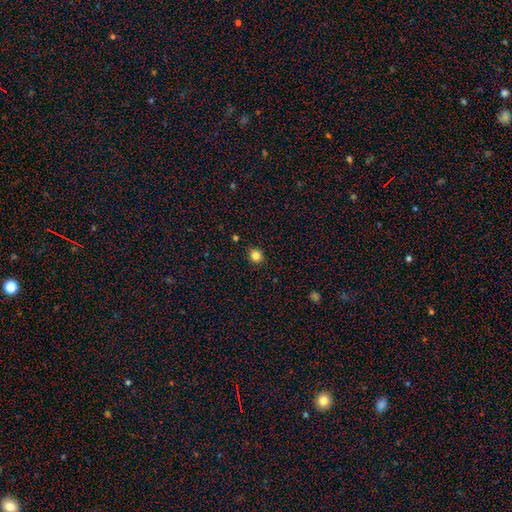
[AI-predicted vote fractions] Morphology: type=smooth (83%); roundness=round (85%); merging=none (91%).